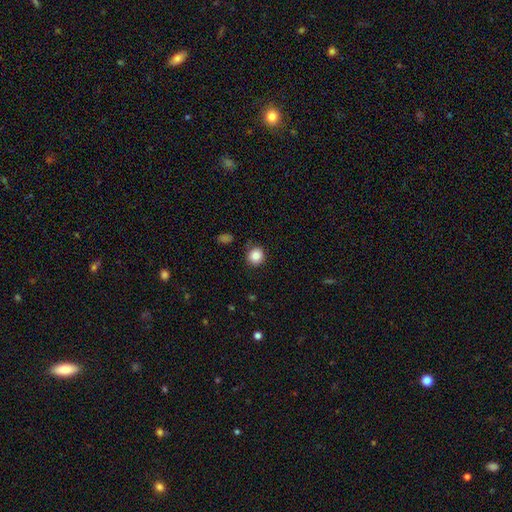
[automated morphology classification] smooth 85%, star or artifact 10%, featured or disk 5%. Down the decision tree: how rounded — round (89%); merging — none (82%).